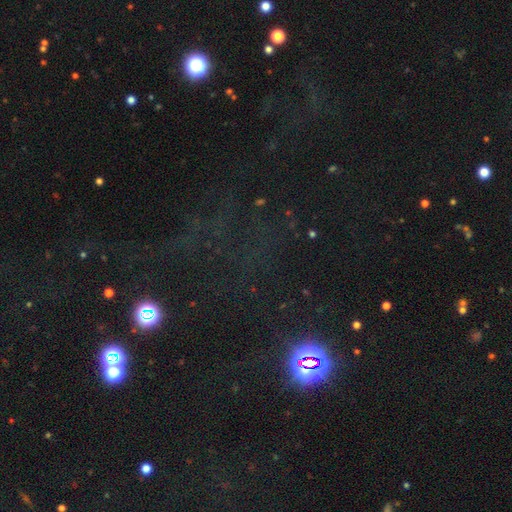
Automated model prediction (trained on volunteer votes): This is likely a star or artifact rather than a galaxy (72%).